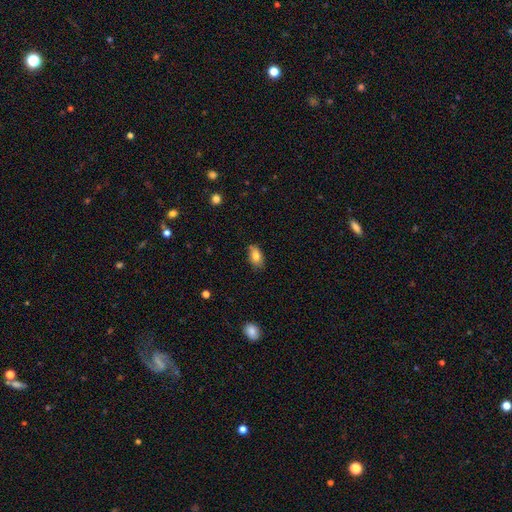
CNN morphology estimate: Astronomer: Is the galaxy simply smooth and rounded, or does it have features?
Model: smooth — 81%.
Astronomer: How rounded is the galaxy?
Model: in between — 89%.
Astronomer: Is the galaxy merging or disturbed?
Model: none — 77%.